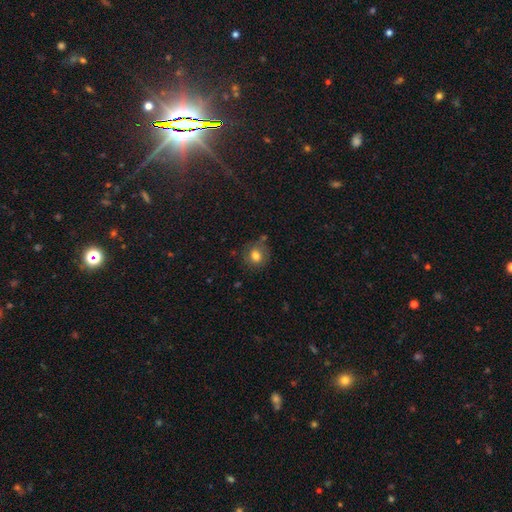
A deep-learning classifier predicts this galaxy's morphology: The model was most divided on "how rounded": round: 73%, in between: 26%, cigar-shaped: 1%. More confident: smooth or featured — smooth (78%); merging — none (71%).